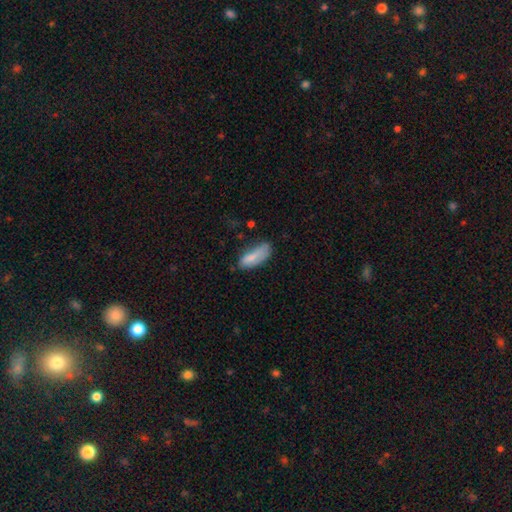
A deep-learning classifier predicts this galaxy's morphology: smooth 80%, featured or disk 13%, star or artifact 7%. Down the decision tree: how rounded — in between (74%); merging — none (49%).